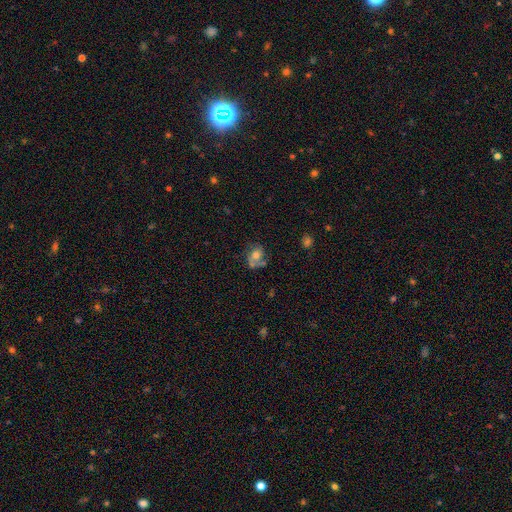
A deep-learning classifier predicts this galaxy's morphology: smooth_or_featured: featured or disk (p=0.51) [alt: smooth p=0.37]
disk_edge_on: no (p=0.97) [alt: yes p=0.03]
merging: none (p=0.46) [alt: minor disturbance p=0.22]